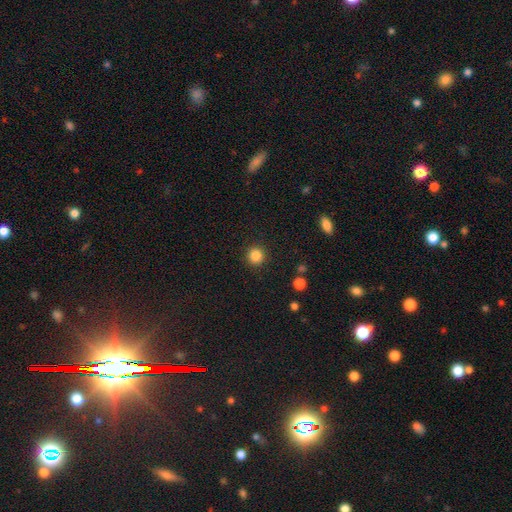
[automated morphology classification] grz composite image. It shows a smooth galaxy with no disk features (86%) that is round (94%). Merging: none (91%).